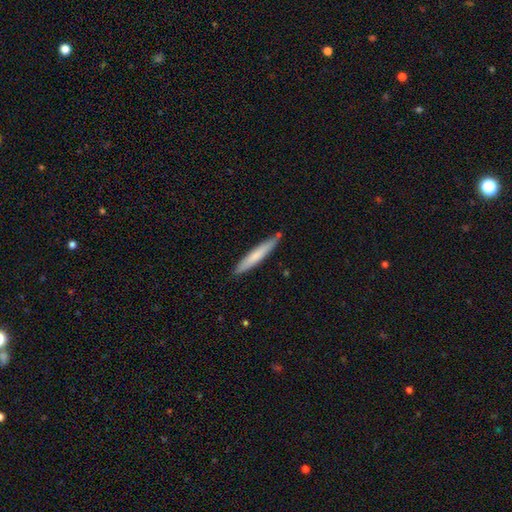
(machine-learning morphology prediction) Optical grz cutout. It shows a smooth galaxy with no disk features (69%) that is cigar-shaped (94%). Merging: none (83%).